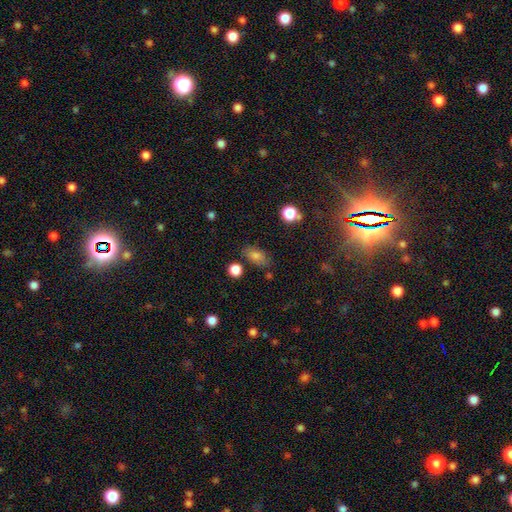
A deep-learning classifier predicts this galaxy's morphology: Smooth or featured? smooth (77%)
How rounded? in between (85%)
Merging? none (78%)